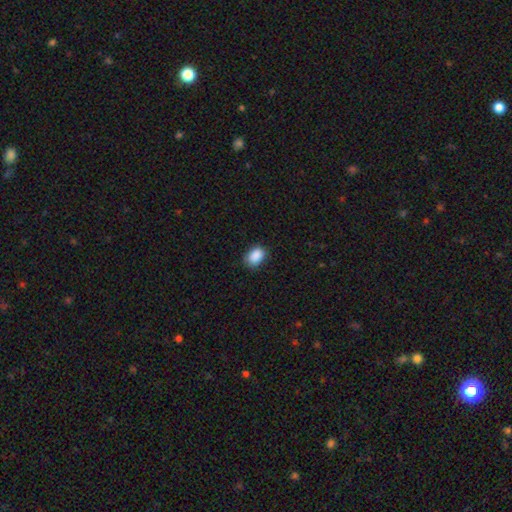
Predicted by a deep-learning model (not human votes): Smooth or featured? Predicted: smooth (p=0.89). How rounded? Predicted: in between (p=0.78). Merging? Predicted: none (p=0.82).